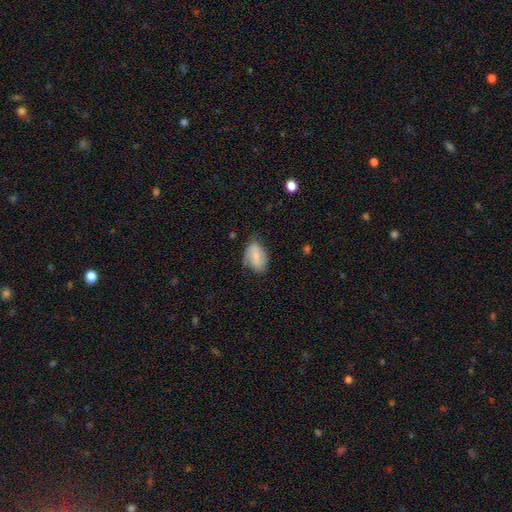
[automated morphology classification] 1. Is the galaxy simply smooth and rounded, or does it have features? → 56% smooth, 37% featured or disk, 7% star or artifact.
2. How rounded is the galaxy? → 87% in between, 11% round, 2% cigar-shaped.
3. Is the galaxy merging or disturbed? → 55% none, 31% minor disturbance, 12% major disturbance, 2% merger.